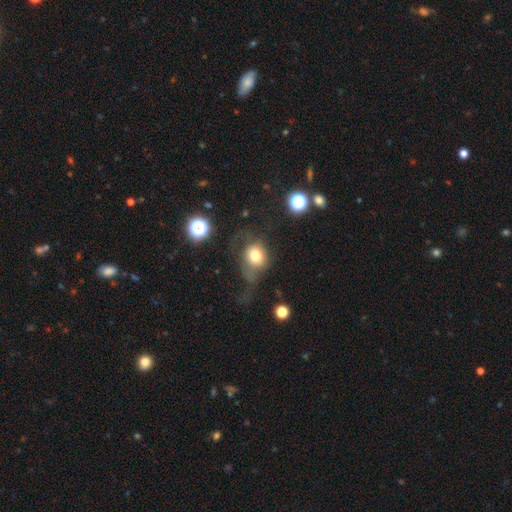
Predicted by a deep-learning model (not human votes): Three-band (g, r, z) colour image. It shows a smooth galaxy with no disk features (72%) that is round (66%). Merging: major disturbance (36%).